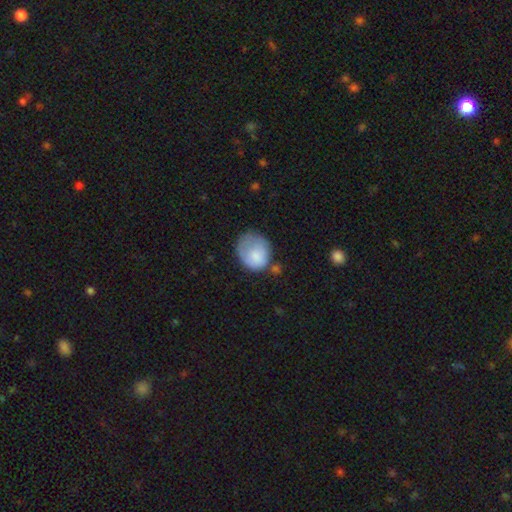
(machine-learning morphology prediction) A smooth galaxy with no disk features (77%) that is round (65%). Merging: none (40%).